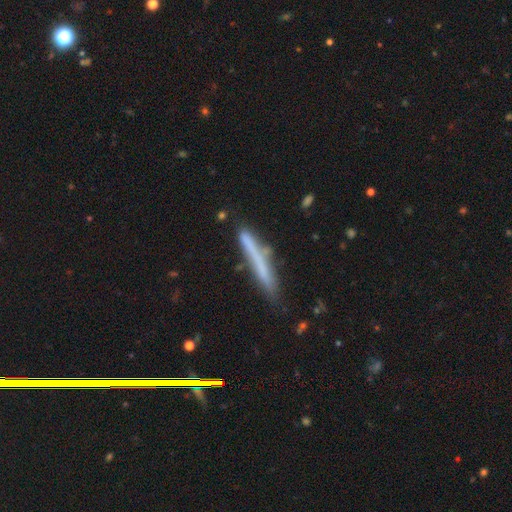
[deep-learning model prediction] smooth 54%, featured or disk 37%, star or artifact 9%. Down the decision tree: how rounded — cigar-shaped (96%); merging — none (76%).